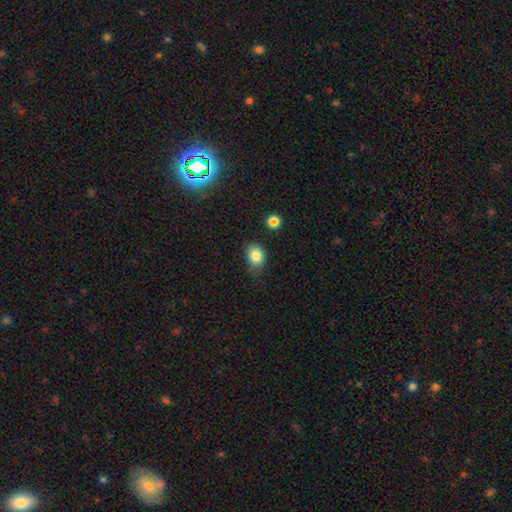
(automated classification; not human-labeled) Overall: smooth (84%). How rounded: in between (56%; round 43%). Merging: none (63%; minor disturbance 27%).